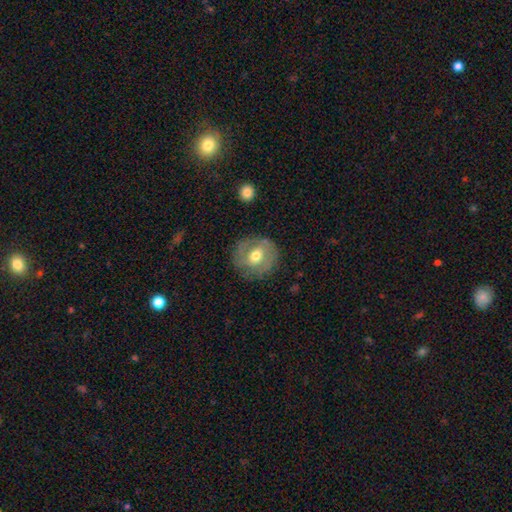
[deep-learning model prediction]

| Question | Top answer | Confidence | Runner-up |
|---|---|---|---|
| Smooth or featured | featured or disk | 50% | smooth (43%) |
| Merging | none | 77% | minor disturbance (15%) |